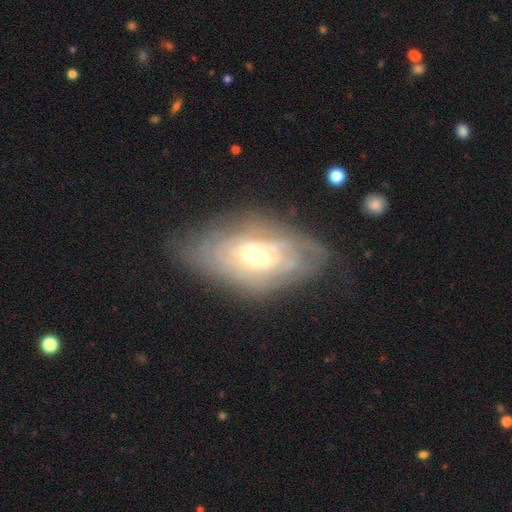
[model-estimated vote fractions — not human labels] This appears to be a featured or disk galaxy (69%) with no bar (63%), spiral arms (63%) and a moderate central bulge (51%). Merging: none (64%).